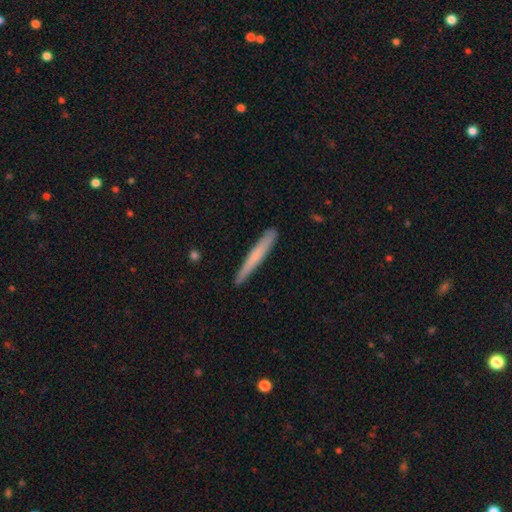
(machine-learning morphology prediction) Smooth or featured: smooth — 62% (featured or disk — 32%)
How rounded: cigar-shaped — 97% (in between — 2%)
Merging: none — 89% (minor disturbance — 9%)